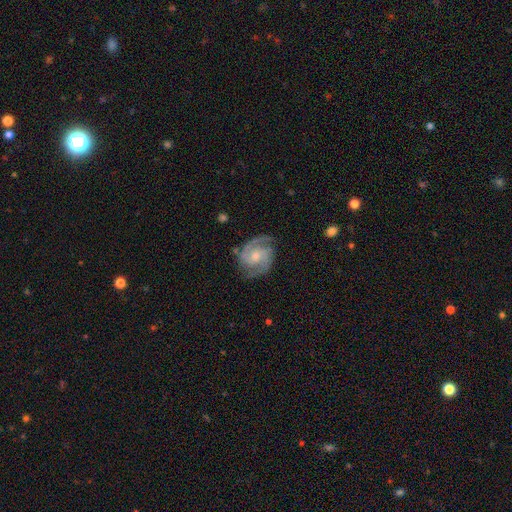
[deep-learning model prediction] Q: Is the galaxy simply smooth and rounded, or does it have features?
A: featured or disk — 91%.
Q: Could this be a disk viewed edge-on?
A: no — 98%.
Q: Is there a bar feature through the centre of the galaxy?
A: no — 59%.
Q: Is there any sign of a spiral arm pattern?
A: yes — 98%.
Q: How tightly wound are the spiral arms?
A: medium — 48%.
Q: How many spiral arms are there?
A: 2 — 89%.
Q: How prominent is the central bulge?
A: small — 55%.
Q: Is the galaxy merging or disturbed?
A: none — 80%.